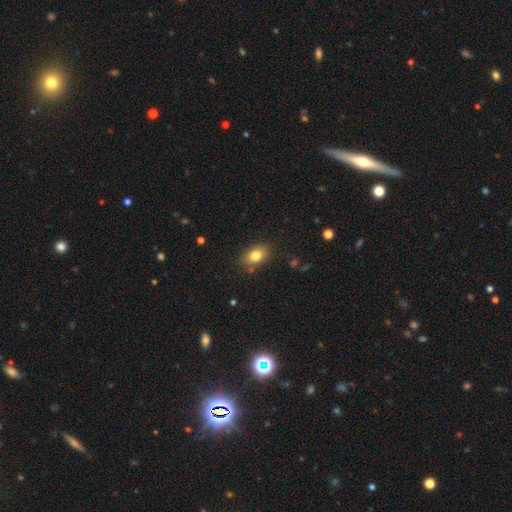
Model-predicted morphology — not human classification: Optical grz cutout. It shows a smooth galaxy with no disk features (81%) that is in between round and cigar-shaped (78%). Merging: none (82%).